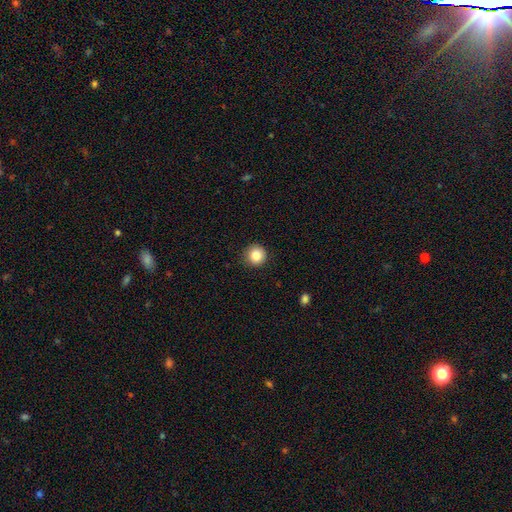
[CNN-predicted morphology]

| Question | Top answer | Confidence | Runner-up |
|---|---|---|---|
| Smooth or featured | smooth | 84% | star or artifact (10%) |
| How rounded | round | 95% | in between (4%) |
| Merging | none | 91% | minor disturbance (6%) |